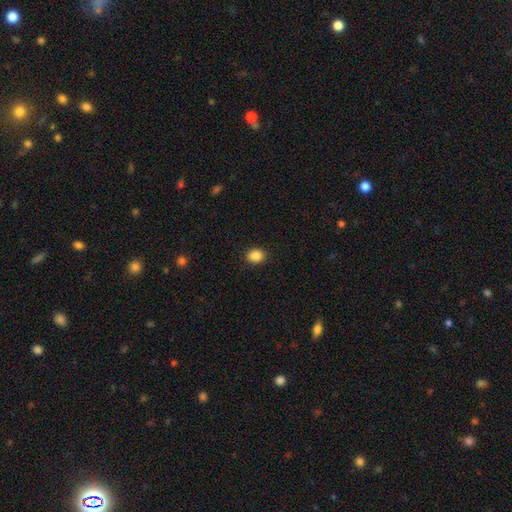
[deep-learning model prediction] A smooth galaxy with no disk features (87%) that is round (55%). Merging: none (89%).